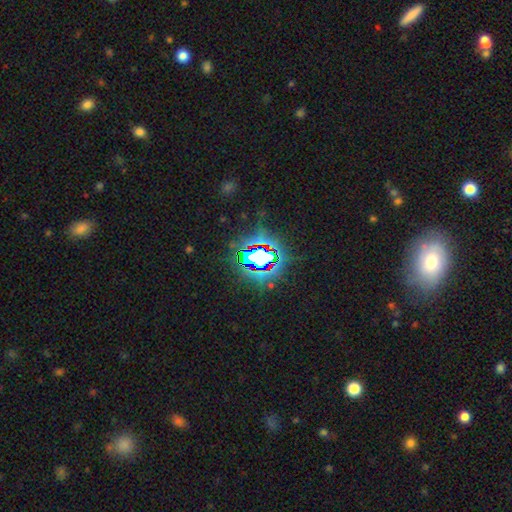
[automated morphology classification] The model was most divided on "smooth or featured": star or artifact: 80%, smooth: 11%, featured or disk: 9%.